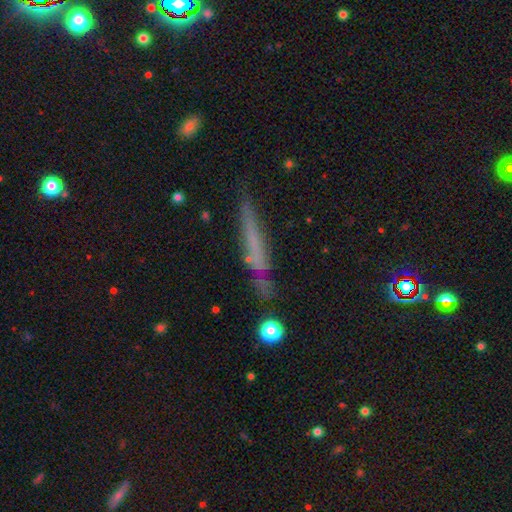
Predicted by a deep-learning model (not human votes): Smooth or featured: smooth — 51% (featured or disk — 41%)
How rounded: cigar-shaped — 93% (in between — 5%)
Merging: none — 68% (minor disturbance — 20%)